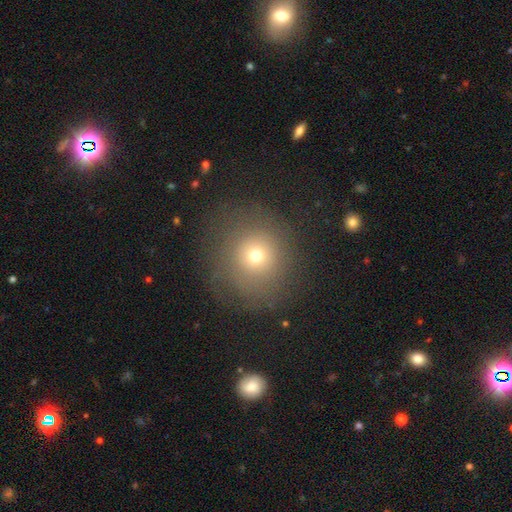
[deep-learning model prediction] Smooth or featured?
  - smooth: 67% *
  - star or artifact: 19%
  - featured or disk: 15%
How rounded?
  - round: 91% *
  - in between: 8%
  - cigar-shaped: 1%
Merging?
  - none: 78% *
  - minor disturbance: 12%
  - major disturbance: 8%
  - merger: 2%